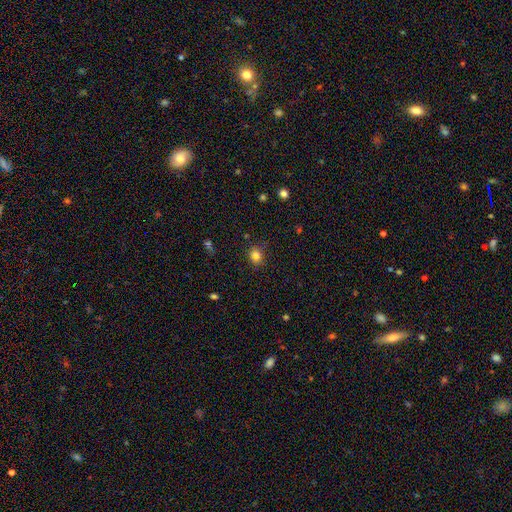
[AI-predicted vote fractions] A smooth galaxy with no disk features (78%) that is round (64%).

Vote fractions:
- Smooth or featured? smooth: 78% / star or artifact: 15% / featured or disk: 7%
- How rounded? round: 64% / in between: 35% / cigar-shaped: 1%
- Merging? none: 74% / minor disturbance: 17% / merger: 5% / major disturbance: 5%